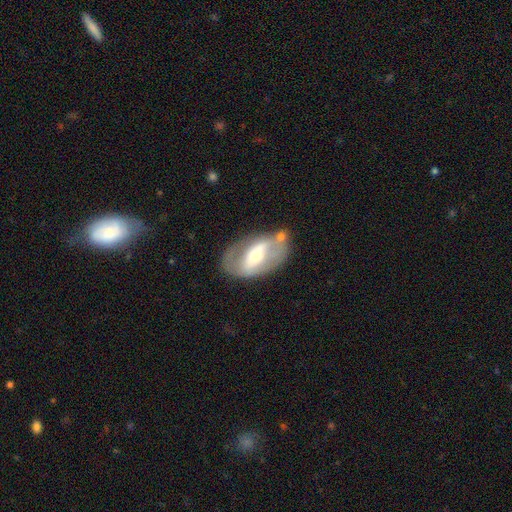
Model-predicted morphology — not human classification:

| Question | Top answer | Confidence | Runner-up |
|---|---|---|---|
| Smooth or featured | featured or disk | 68% | smooth (25%) |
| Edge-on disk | no | 91% | yes (9%) |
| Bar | strong | 50% | weak (30%) |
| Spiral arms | yes | 50% | tied: no (50%) |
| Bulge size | moderate | 54% | small (36%) |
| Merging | none | 62% | minor disturbance (20%) |